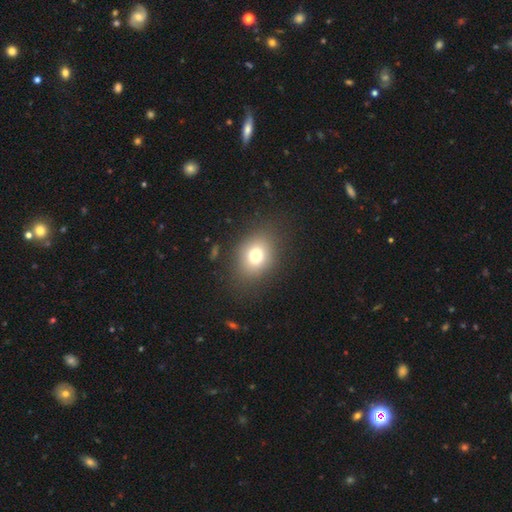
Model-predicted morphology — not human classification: Smooth or featured: smooth — 74% (star or artifact — 14%)
How rounded: in between — 51% (round — 48%)
Merging: none — 83% (minor disturbance — 10%)